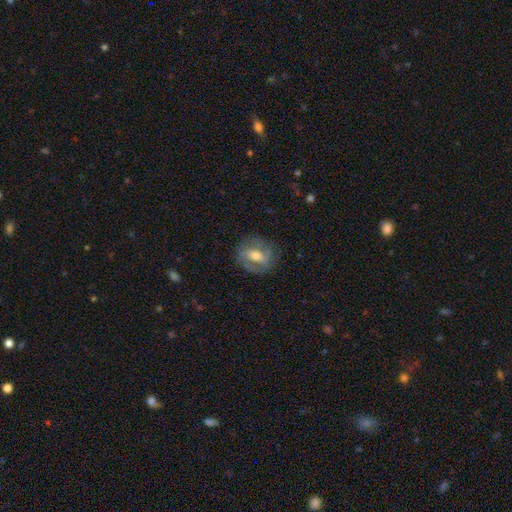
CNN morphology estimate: Smooth or featured? Predicted: featured or disk (p=0.53). Edge-on disk? Predicted: no (p=0.94). Merging? Predicted: none (p=0.75).